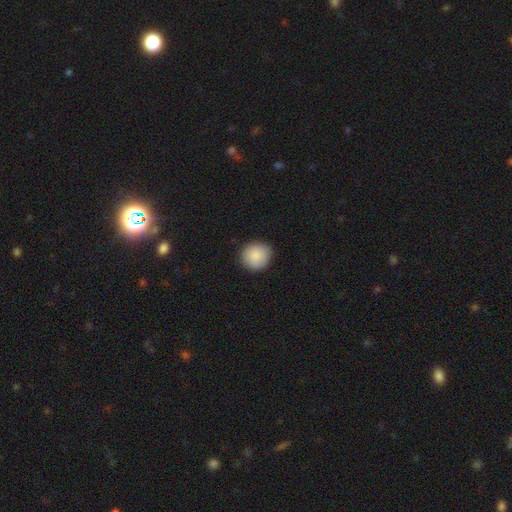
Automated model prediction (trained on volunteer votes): Smooth or featured?
  - smooth: 89% *
  - star or artifact: 7%
  - featured or disk: 4%
How rounded?
  - round: 91% *
  - in between: 8%
  - cigar-shaped: 1%
Merging?
  - none: 87% *
  - minor disturbance: 10%
  - major disturbance: 2%
  - merger: 1%